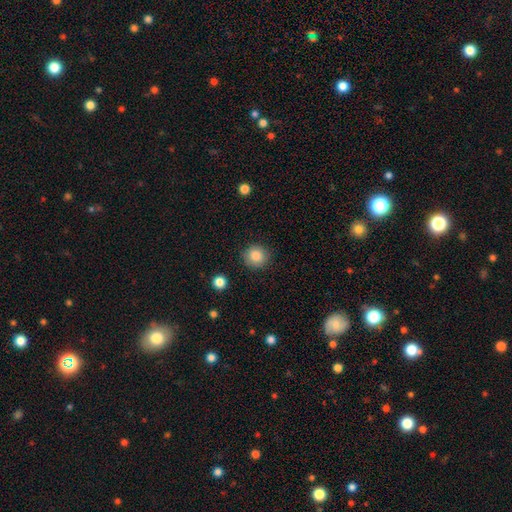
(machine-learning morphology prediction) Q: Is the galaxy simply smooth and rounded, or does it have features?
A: smooth — 86%.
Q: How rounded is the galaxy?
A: round — 90%.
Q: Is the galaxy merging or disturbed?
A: none — 89%.